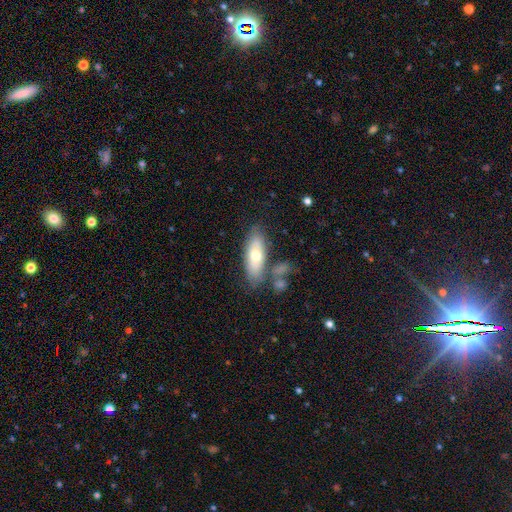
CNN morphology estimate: Overall: smooth (60%; featured or disk 33%). How rounded: in between (70%). Merging: none (70%).